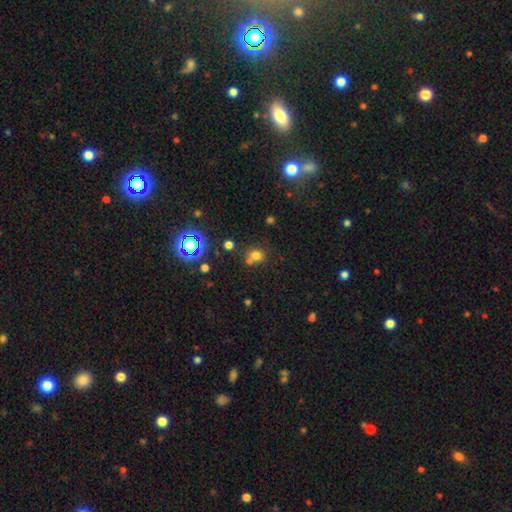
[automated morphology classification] type=smooth (69%); roundness=round (77%); merging=none (61%).